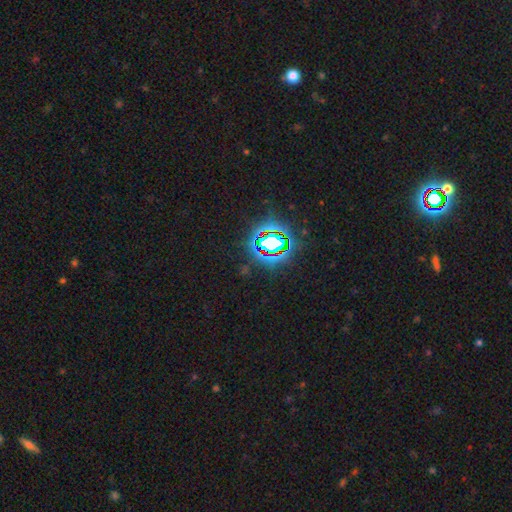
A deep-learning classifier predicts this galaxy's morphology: This appears to be a star or artifact, not a galaxy (80%).